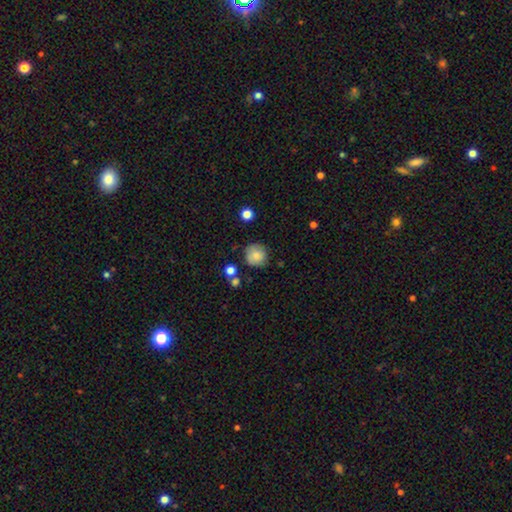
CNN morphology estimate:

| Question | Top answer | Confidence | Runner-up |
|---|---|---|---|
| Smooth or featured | smooth | 80% | featured or disk (11%) |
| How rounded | round | 90% | in between (9%) |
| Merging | none | 75% | minor disturbance (17%) |